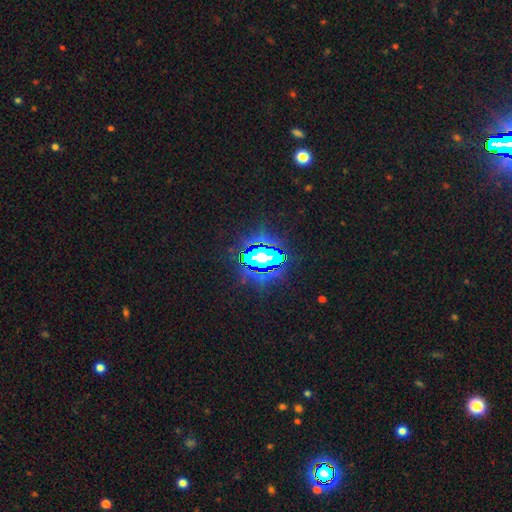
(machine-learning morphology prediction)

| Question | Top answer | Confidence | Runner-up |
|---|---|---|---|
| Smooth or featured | star or artifact | 84% | smooth (10%) |